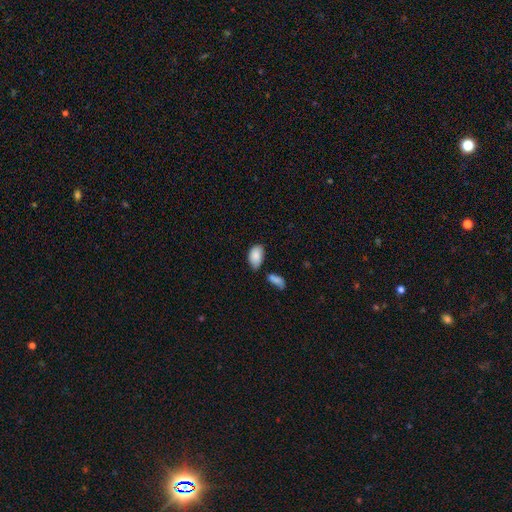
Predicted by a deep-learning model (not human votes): A smooth galaxy with no disk features (86%) that is in between round and cigar-shaped (93%).

Vote fractions:
- Smooth or featured? smooth: 86% / star or artifact: 7% / featured or disk: 7%
- How rounded? in between: 93% / round: 6% / cigar-shaped: 1%
- Merging? none: 53% / minor disturbance: 27% / merger: 14% / major disturbance: 6%